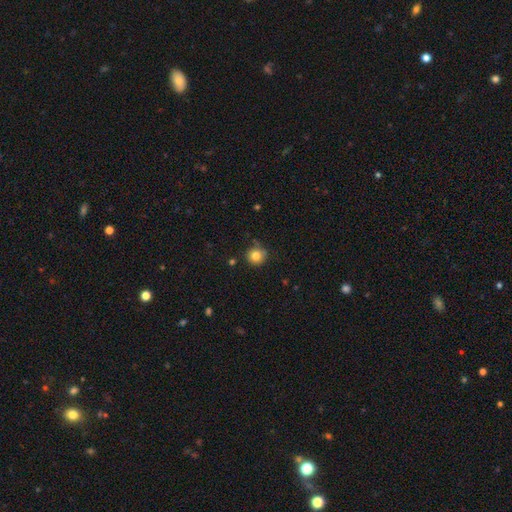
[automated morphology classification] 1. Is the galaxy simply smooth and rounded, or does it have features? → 80% smooth, 11% star or artifact, 8% featured or disk.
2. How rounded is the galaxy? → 92% round, 7% in between, 1% cigar-shaped.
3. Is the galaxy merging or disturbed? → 77% none, 16% minor disturbance, 4% major disturbance, 4% merger.